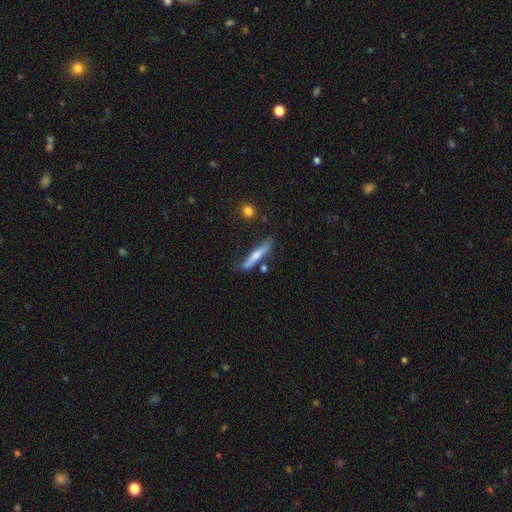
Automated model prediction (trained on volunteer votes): Smooth or featured?
  - smooth: 64% *
  - featured or disk: 30%
  - star or artifact: 6%
How rounded?
  - cigar-shaped: 92% *
  - in between: 6%
  - round: 2%
Merging?
  - none: 76% *
  - minor disturbance: 15%
  - merger: 5%
  - major disturbance: 3%